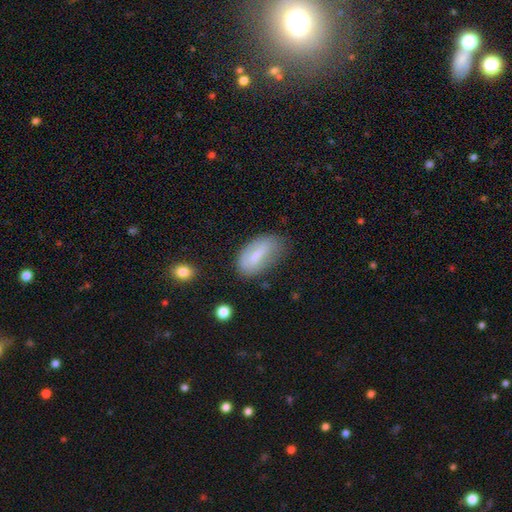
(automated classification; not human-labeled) A smooth galaxy with no disk features (63%) that is in between round and cigar-shaped (87%). Merging: none (52%).